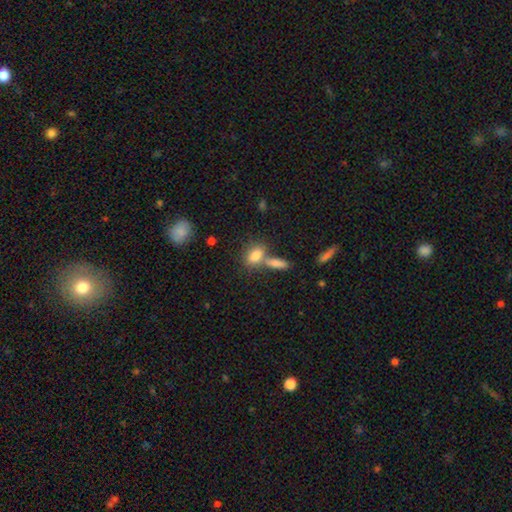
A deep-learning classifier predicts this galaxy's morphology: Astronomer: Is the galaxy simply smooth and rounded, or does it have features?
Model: smooth — 80%.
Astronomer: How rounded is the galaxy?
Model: in between — 80%.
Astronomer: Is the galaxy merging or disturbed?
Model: none — 45% (runner-up: merger, 40%).